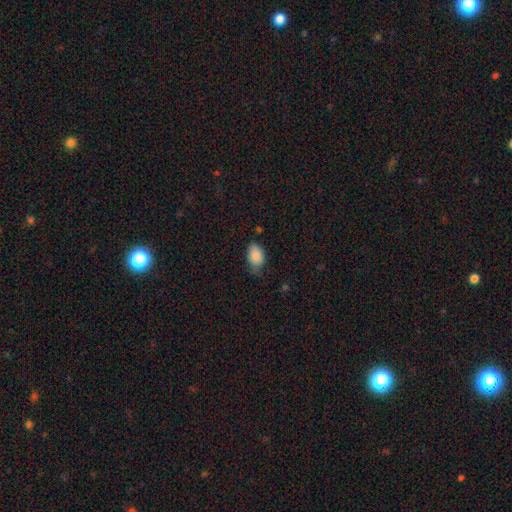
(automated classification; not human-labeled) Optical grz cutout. It shows a smooth galaxy with no disk features (87%) that is in between round and cigar-shaped (86%). Merging: none (56%).